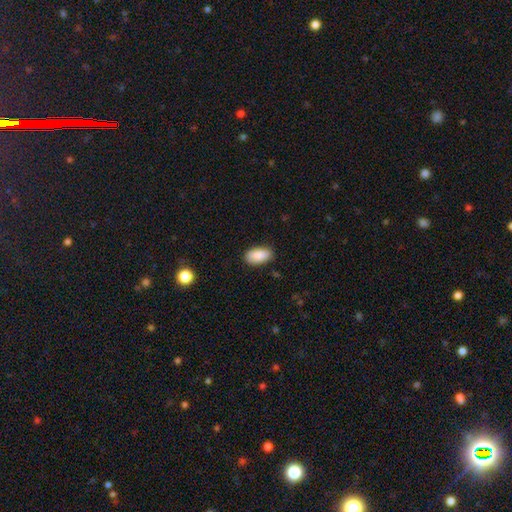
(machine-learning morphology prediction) Smooth or featured?
  - smooth: 89% *
  - star or artifact: 7%
  - featured or disk: 4%
How rounded?
  - in between: 94% *
  - round: 4%
  - cigar-shaped: 2%
Merging?
  - none: 83% *
  - minor disturbance: 13%
  - major disturbance: 2%
  - merger: 1%